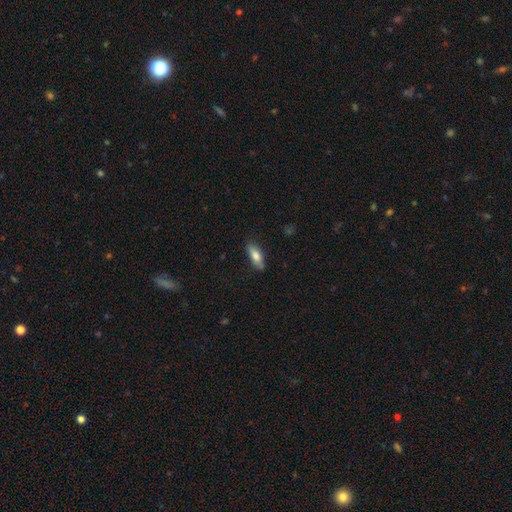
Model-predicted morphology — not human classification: A smooth galaxy with no disk features (76%) that is in between round and cigar-shaped (68%).

Vote fractions:
- Smooth or featured? smooth: 76% / featured or disk: 18% / star or artifact: 6%
- How rounded? in between: 68% / cigar-shaped: 30% / round: 2%
- Merging? none: 80% / minor disturbance: 16% / major disturbance: 3% / merger: 2%